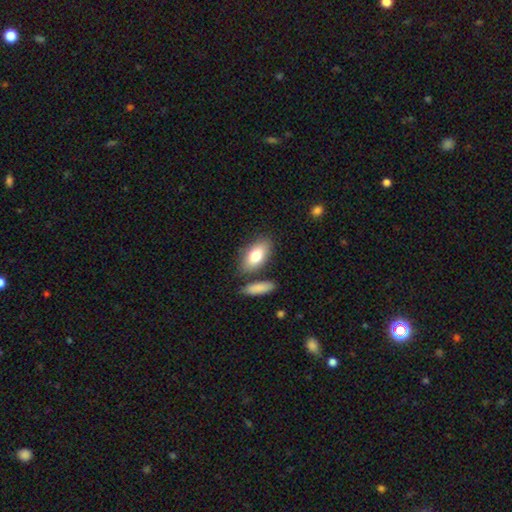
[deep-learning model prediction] smooth_or_featured: smooth (p=0.79) [alt: featured or disk p=0.14]
how_rounded: in between (p=0.88) [alt: cigar-shaped p=0.07]
merging: none (p=0.73) [alt: minor disturbance p=0.12]